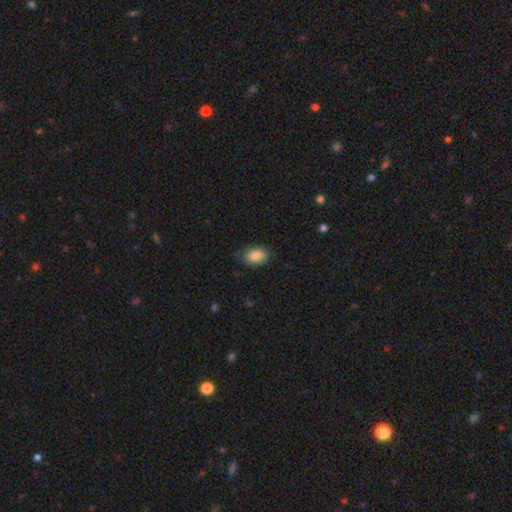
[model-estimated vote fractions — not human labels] Smooth or featured: smooth — 87% (star or artifact — 7%)
How rounded: in between — 88% (round — 11%)
Merging: none — 76% (minor disturbance — 19%)